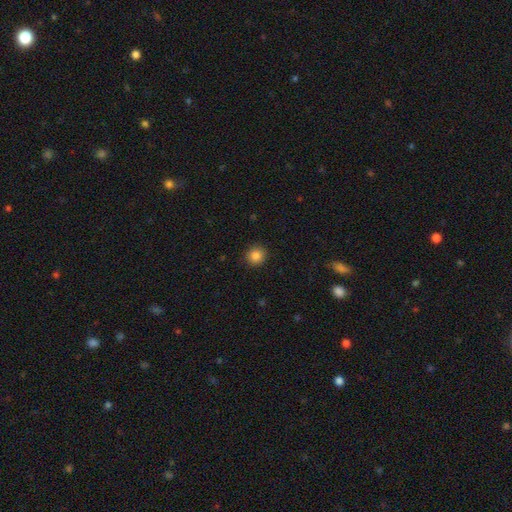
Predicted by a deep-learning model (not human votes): Smooth or featured? smooth (85%)
How rounded? round (91%)
Merging? none (92%)